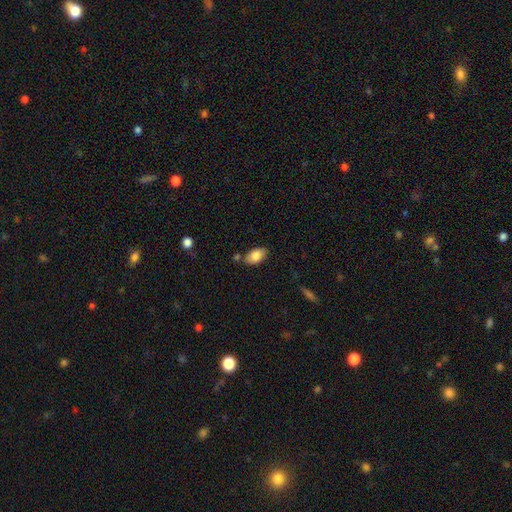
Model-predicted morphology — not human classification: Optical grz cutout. It shows a smooth galaxy with no disk features (84%) that is in between round and cigar-shaped (93%). Merging: none (75%).